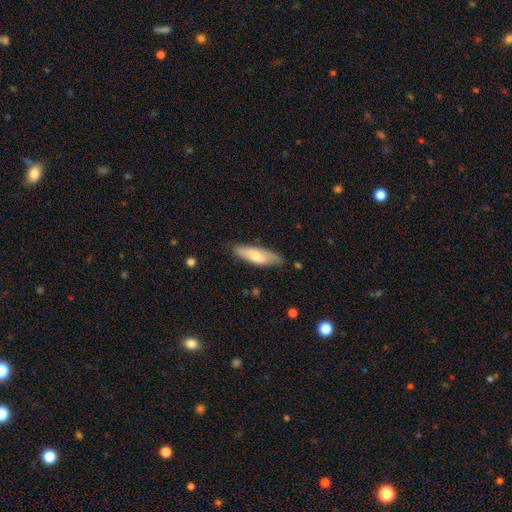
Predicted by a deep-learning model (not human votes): smooth-or-featured: smooth: 62% | featured or disk: 32% | star or artifact: 6%
  how-rounded: in between: 53% | cigar-shaped: 45% | round: 2%
  merging: none: 77% | minor disturbance: 19% | major disturbance: 3% | merger: 1%